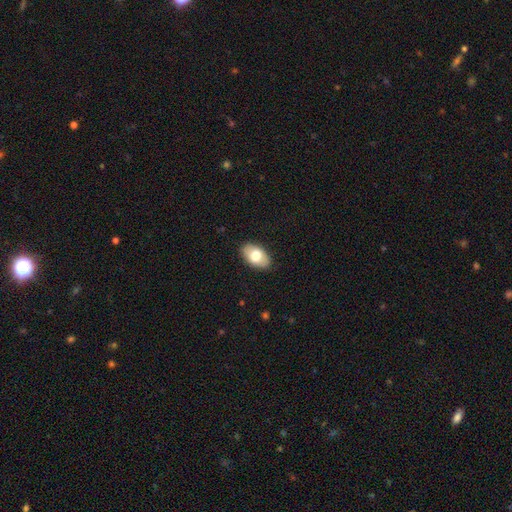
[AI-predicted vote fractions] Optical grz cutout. It shows a smooth galaxy with no disk features (73%) that is in between round and cigar-shaped (92%). Merging: none (88%).